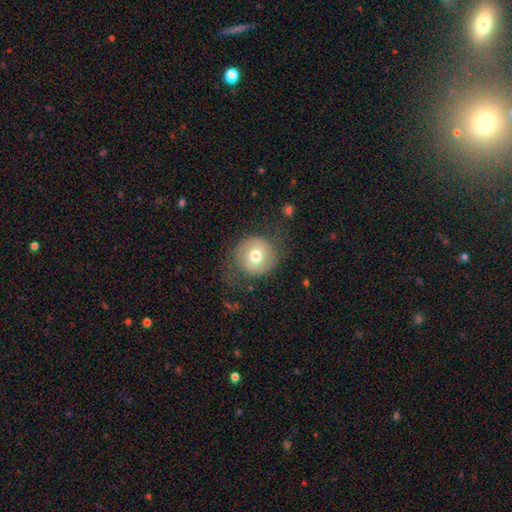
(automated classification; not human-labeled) smooth 59%, featured or disk 33%, star or artifact 8%. Down the decision tree: how rounded — round (90%); merging — none (66%).